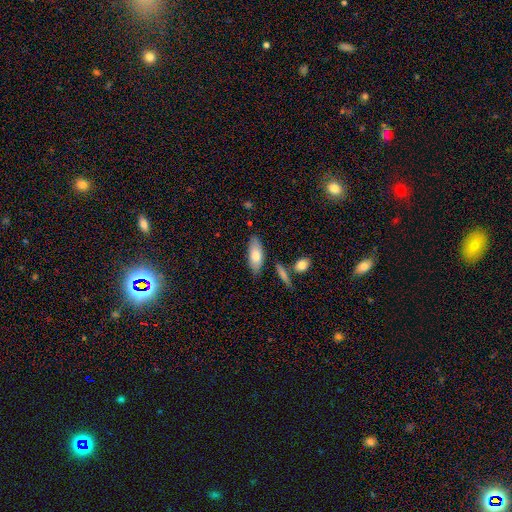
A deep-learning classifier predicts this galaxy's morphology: smooth-or-featured: smooth: 75% | featured or disk: 19% | star or artifact: 6%
  how-rounded: in between: 80% | cigar-shaped: 18% | round: 2%
  merging: none: 78% | minor disturbance: 14% | merger: 5% | major disturbance: 3%